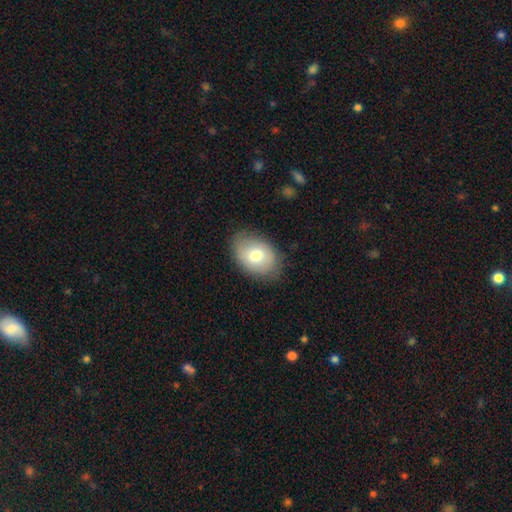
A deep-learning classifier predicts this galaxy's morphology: type=smooth (72%); roundness=in between (80%); merging=none (79%).